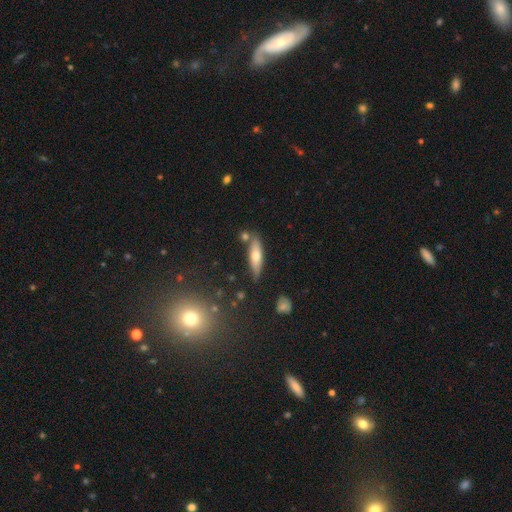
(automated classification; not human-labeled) The model was most divided on "smooth or featured": smooth: 55%, featured or disk: 37%, star or artifact: 8%. More confident: merging — none (78%); how rounded — cigar-shaped (67%).